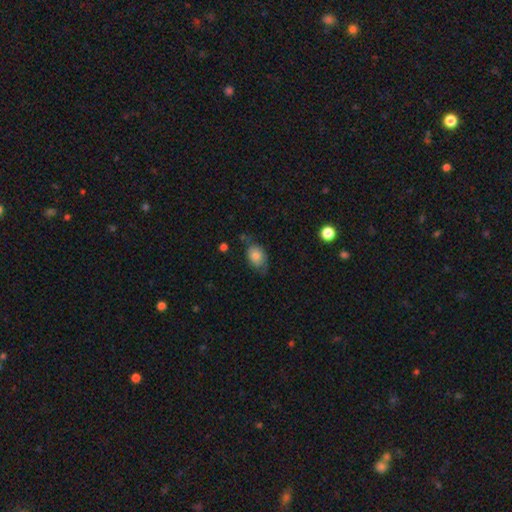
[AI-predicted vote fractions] Smooth or featured? smooth (73%)
How rounded? in between (78%)
Merging? none (52%)